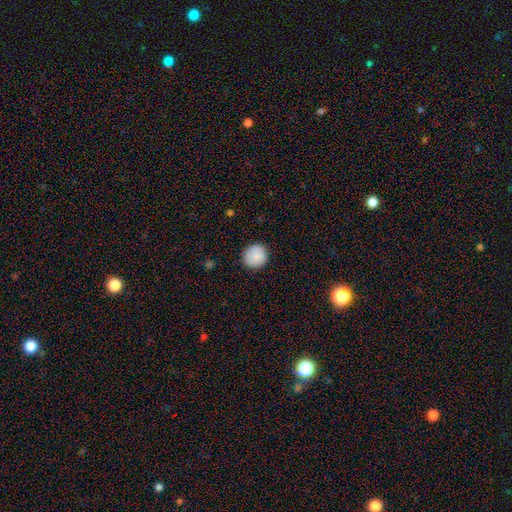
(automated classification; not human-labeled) This is clearly a smooth galaxy (89%). How rounded: clearly round (90%). Merging: clearly none (89%).